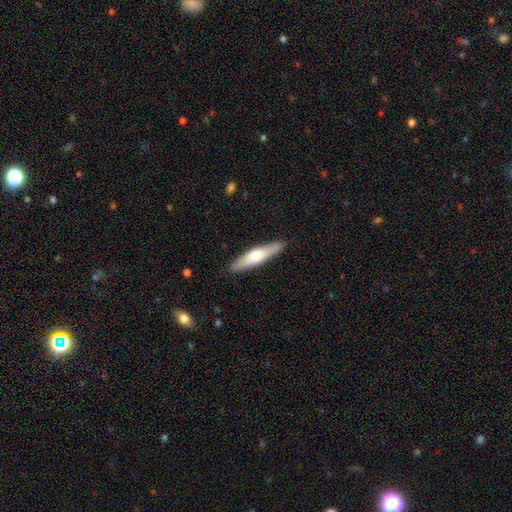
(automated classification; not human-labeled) Smooth or featured: smooth — 54% (featured or disk — 41%)
How rounded: cigar-shaped — 78% (in between — 21%)
Merging: none — 89% (minor disturbance — 8%)